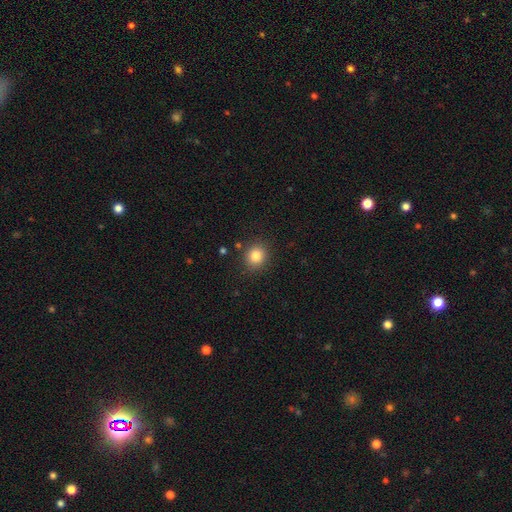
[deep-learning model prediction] This is clearly a smooth galaxy (83%). How rounded: likely round (79%). Merging: clearly none (87%).